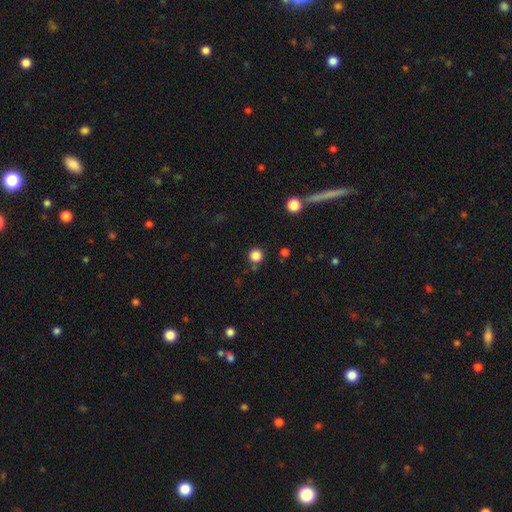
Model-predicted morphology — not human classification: type=smooth (84%); roundness=round (94%); merging=none (84%).